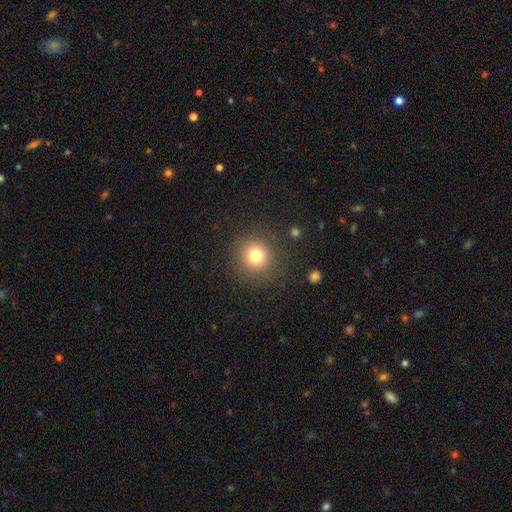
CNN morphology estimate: Smooth or featured? Predicted: smooth (p=0.78). How rounded? Predicted: round (p=0.93). Merging? Predicted: none (p=0.87).